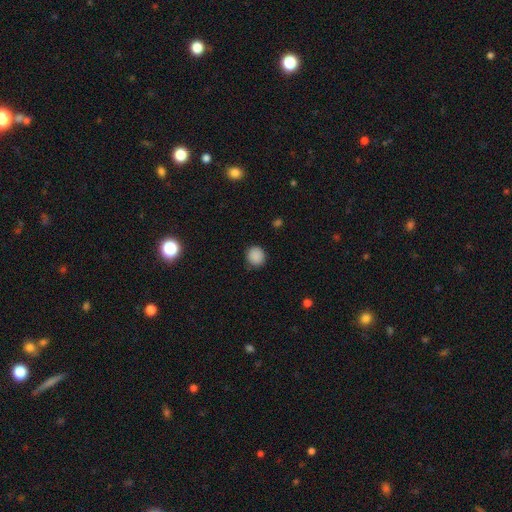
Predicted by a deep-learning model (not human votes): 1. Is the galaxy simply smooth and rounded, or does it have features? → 88% smooth, 9% star or artifact, 3% featured or disk.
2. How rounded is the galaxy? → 88% round, 11% in between, 1% cigar-shaped.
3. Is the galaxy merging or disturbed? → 87% none, 9% minor disturbance, 2% major disturbance, 1% merger.